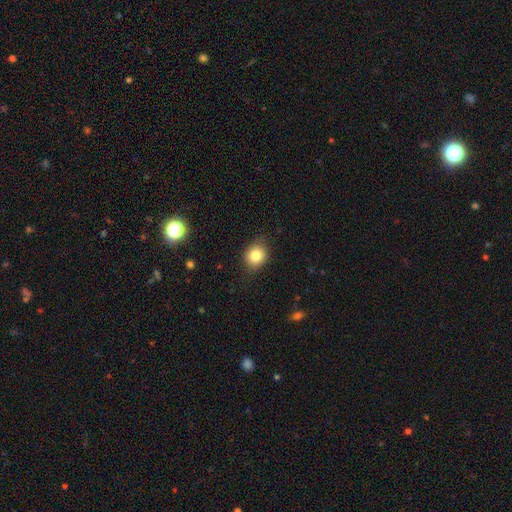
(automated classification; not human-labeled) A smooth galaxy with no disk features (82%) that is round (69%). Merging: none (84%).